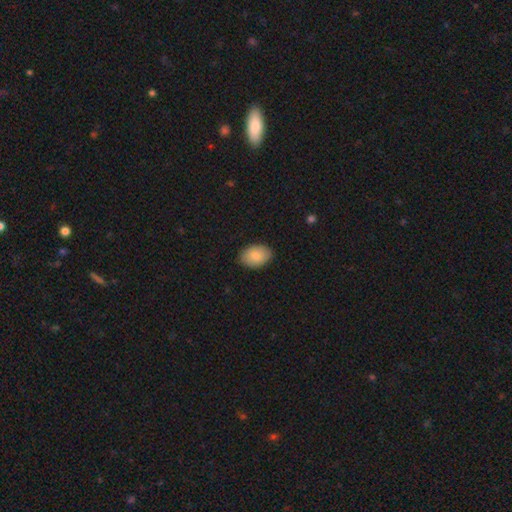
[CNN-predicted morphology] Smooth or featured?
  - smooth: 86% *
  - featured or disk: 8%
  - star or artifact: 6%
How rounded?
  - in between: 87% *
  - round: 12%
  - cigar-shaped: 1%
Merging?
  - none: 88% *
  - minor disturbance: 9%
  - major disturbance: 2%
  - merger: 1%